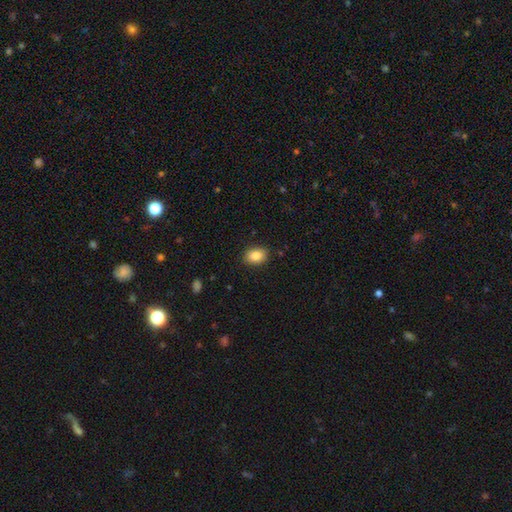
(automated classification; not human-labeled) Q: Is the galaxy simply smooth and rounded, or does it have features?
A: smooth — 86%.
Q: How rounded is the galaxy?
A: in between — 74%.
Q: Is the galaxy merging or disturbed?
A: none — 87%.